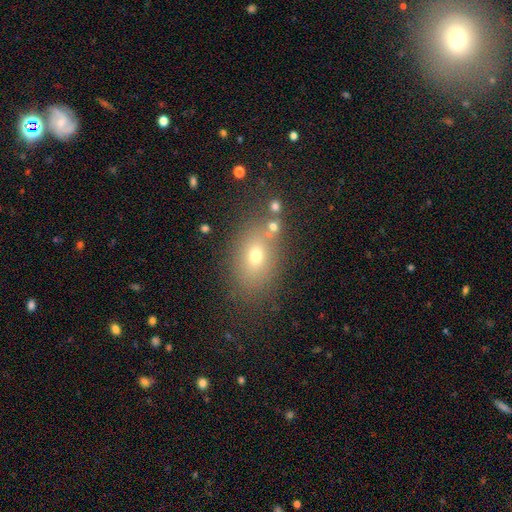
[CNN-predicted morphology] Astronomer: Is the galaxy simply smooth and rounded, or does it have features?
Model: smooth — 65%.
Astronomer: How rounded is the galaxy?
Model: in between — 74%.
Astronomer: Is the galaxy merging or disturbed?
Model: none — 73%.